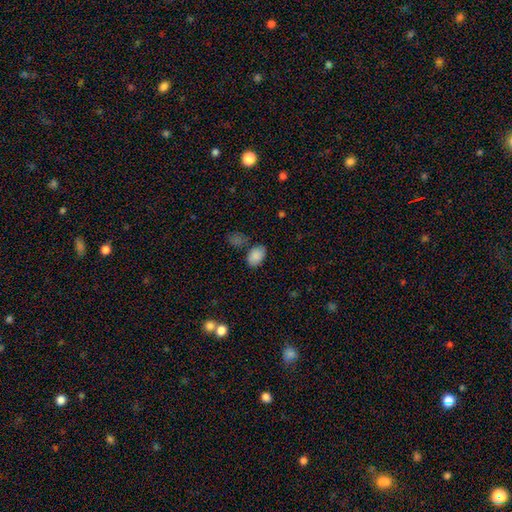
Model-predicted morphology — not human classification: smooth 86%, star or artifact 8%, featured or disk 5%. Down the decision tree: how rounded — in between (88%); merging — none (73%).